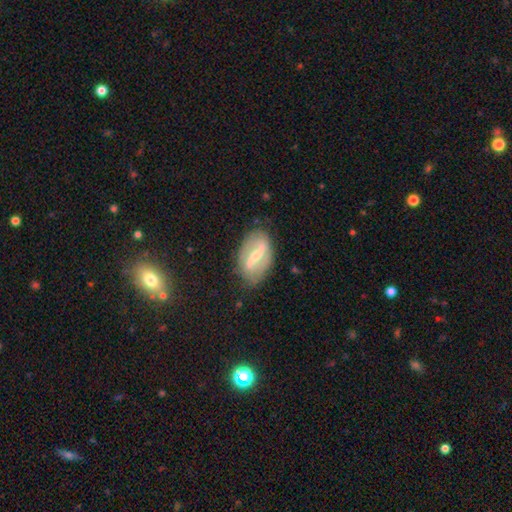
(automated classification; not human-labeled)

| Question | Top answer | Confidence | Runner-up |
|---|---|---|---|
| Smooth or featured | featured or disk | 78% | smooth (16%) |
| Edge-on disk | no | 94% | yes (6%) |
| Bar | strong | 63% | weak (30%) |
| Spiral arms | yes | 79% | no (21%) |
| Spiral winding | loose | 50% | medium (33%) |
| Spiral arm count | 2 | 86% | can't tell (8%) |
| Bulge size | small | 49% | moderate (41%) |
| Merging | none | 78% | minor disturbance (16%) |